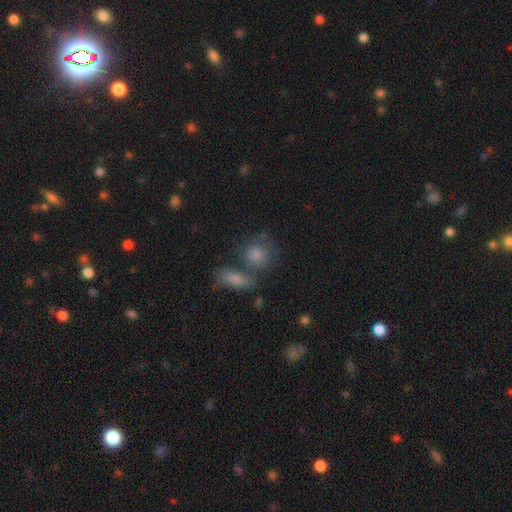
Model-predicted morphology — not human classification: Smooth or featured? Predicted: smooth (p=0.72). How rounded? Predicted: round (p=0.67). Merging? Predicted: none (p=0.48).